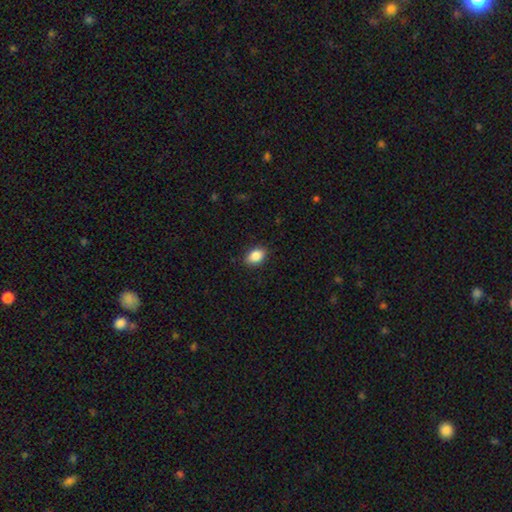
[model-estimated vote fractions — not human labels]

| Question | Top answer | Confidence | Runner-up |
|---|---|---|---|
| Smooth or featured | smooth | 86% | star or artifact (8%) |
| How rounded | in between | 86% | round (13%) |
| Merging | none | 87% | minor disturbance (10%) |